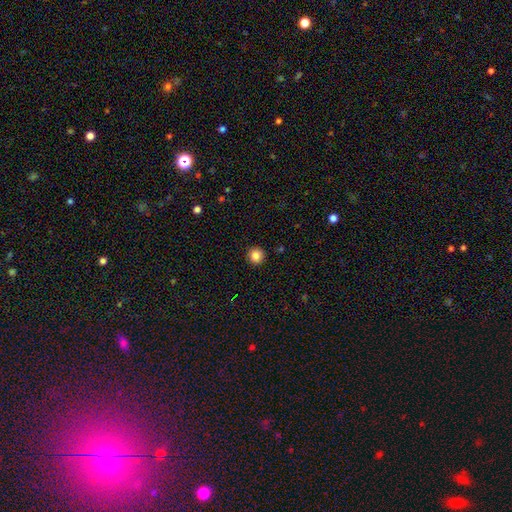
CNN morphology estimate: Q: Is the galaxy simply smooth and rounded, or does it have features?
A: smooth — 85%.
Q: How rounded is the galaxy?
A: round — 95%.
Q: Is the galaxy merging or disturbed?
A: none — 93%.